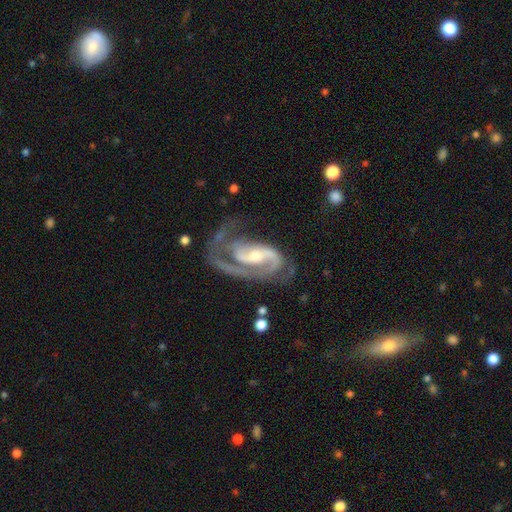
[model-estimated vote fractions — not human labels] featured or disk 90%, smooth 6%, star or artifact 4%. Down the decision tree: edge-on disk — no (97%); bar — weak (40%); spiral arms — yes (96%); spiral arm count — 2 (64%); spiral winding — medium (48%); bulge size — small (49%); merging — none (44%).